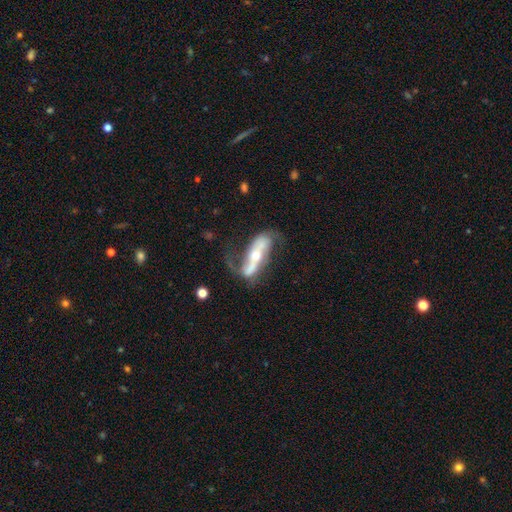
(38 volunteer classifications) smooth-or-featured: featured or disk: 92% | smooth: 5% | star or artifact: 3%
  disk-edge-on: no: 94% | yes: 6%
    bar: strong: 76% | no: 15% | weak: 9%
    has-spiral-arms: yes: 100% | no: 0%
      spiral-winding: loose: 73% | medium: 21% | tight: 6%
      spiral-arm-count: 2: 94% | 3: 6% | 1: 0% | 4: 0% | more than 4: 0% | can't tell: 0%
    bulge-size: small: 67% | moderate: 24% | large: 6% | none: 3% | dominant: 0%
  merging: none: 76% | minor disturbance: 19% | major disturbance: 5% | merger: 0%